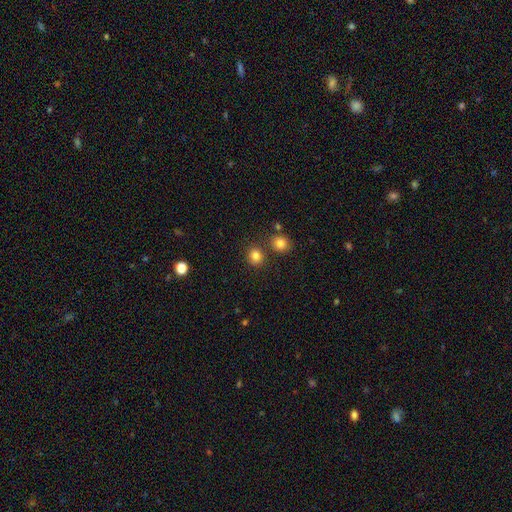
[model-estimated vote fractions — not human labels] This is clearly a smooth galaxy (82%). How rounded: clearly round (84%). Merging: likely none (79%).